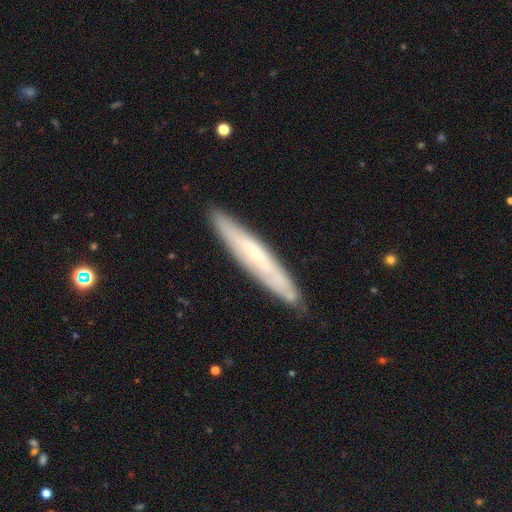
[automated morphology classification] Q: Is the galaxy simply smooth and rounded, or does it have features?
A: featured or disk — 58%.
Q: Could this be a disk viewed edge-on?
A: yes — 74%.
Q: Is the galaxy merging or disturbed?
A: none — 86%.